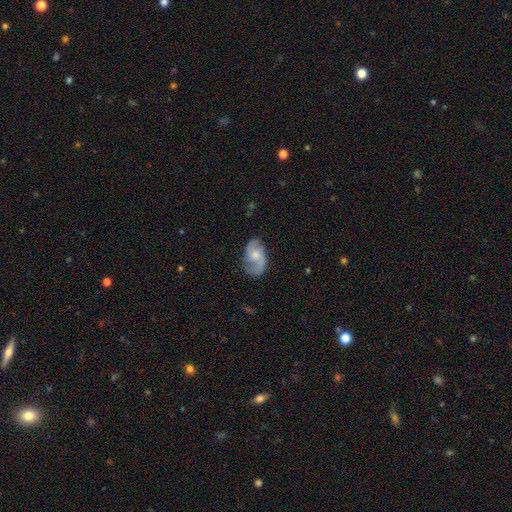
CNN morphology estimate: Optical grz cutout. It shows a featured or disk galaxy (75%) with no bar (59%), 2 (87%) medium (45%) spiral arms (94%) and a moderate central bulge (49%). Merging: none (72%).